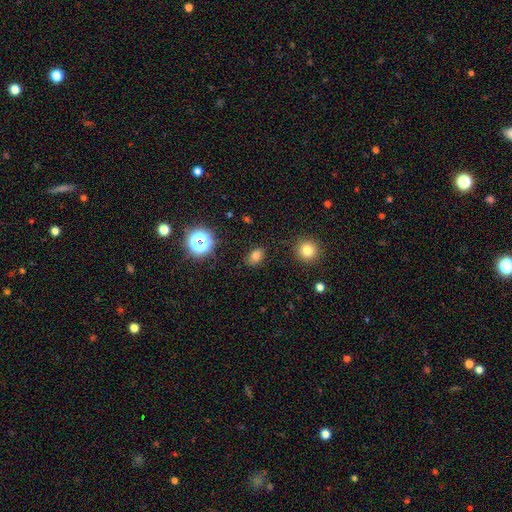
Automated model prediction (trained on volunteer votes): This is likely a smooth galaxy (77%). How rounded: likely in between (72%). Merging: clearly none (85%).